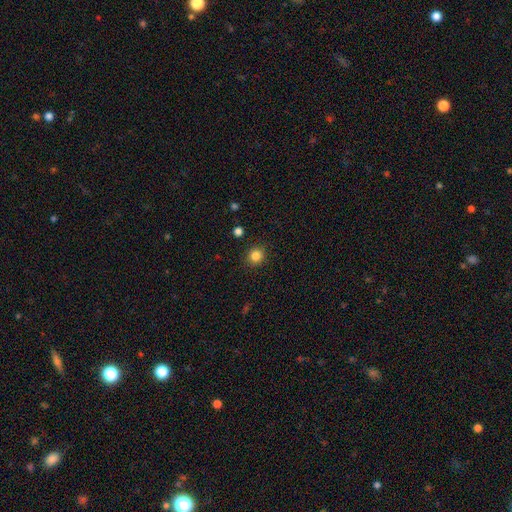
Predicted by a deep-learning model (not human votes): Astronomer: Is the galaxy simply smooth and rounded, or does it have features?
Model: smooth — 84%.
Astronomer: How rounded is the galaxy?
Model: round — 88%.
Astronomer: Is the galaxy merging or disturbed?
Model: none — 90%.